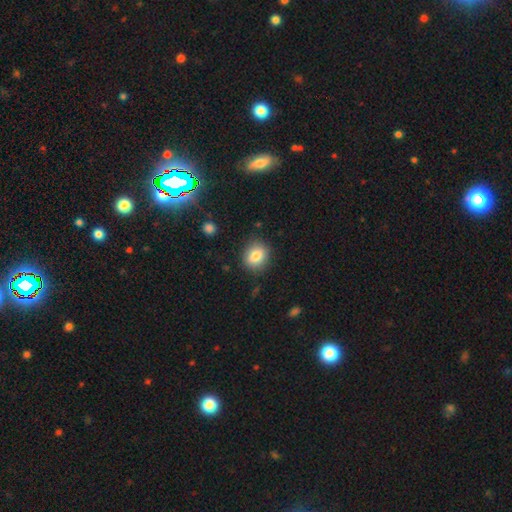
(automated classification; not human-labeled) A smooth galaxy with no disk features (81%) that is round (67%).

Vote fractions:
- Smooth or featured? smooth: 81% / star or artifact: 10% / featured or disk: 9%
- How rounded? round: 67% / in between: 32% / cigar-shaped: 1%
- Merging? none: 85% / minor disturbance: 10% / major disturbance: 3% / merger: 2%